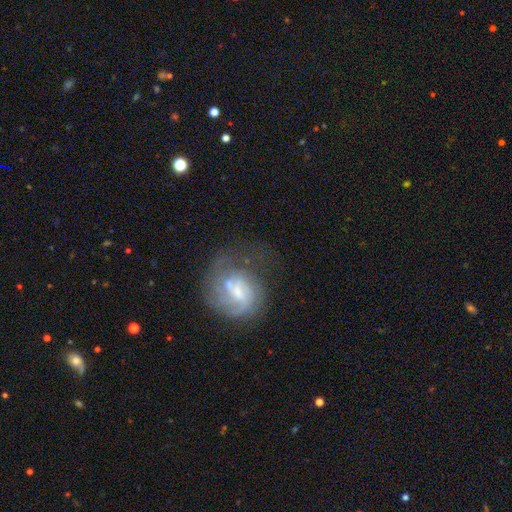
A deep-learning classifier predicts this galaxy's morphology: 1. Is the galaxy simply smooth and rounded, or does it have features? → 53% featured or disk, 28% smooth, 18% star or artifact.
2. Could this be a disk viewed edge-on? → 96% no, 4% yes.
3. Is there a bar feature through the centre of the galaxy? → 48% weak, 36% no, 16% strong.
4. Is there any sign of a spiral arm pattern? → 78% yes, 22% no.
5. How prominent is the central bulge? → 47% moderate, 33% small, 11% large, 7% none, 2% dominant.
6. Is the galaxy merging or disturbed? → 60% none, 20% minor disturbance, 18% major disturbance, 2% merger.